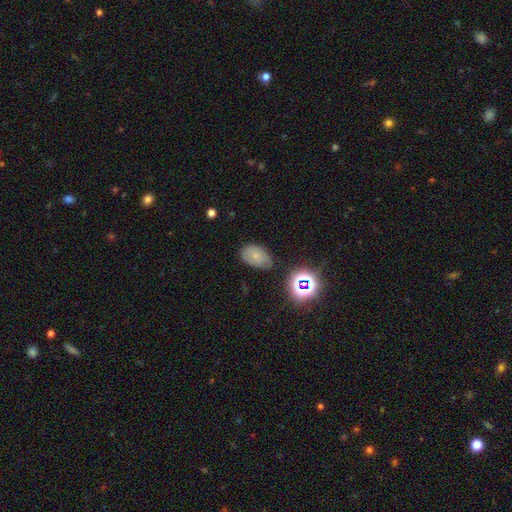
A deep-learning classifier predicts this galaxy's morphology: type=smooth (57%); roundness=in between (85%); merging=none (66%).